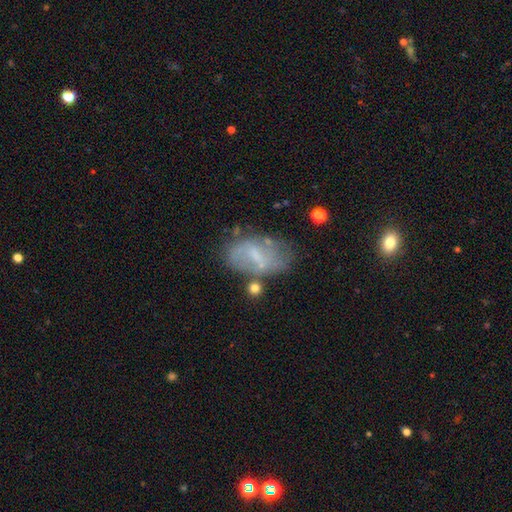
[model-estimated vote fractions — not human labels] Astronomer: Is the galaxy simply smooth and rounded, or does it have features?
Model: featured or disk — 52% (runner-up: smooth, 38%).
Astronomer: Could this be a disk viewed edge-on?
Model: no — 94%.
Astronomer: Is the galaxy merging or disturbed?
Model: none — 50%.